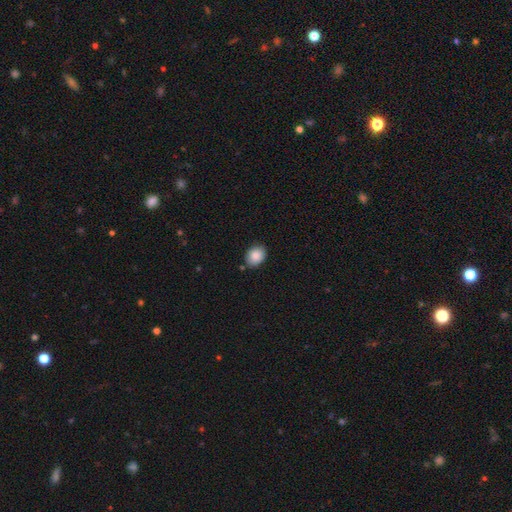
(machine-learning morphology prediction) Overall: smooth (87%). How rounded: in between (57%; round 42%). Merging: none (82%).